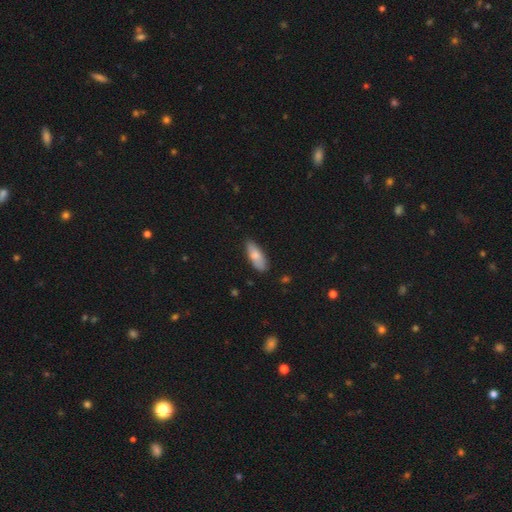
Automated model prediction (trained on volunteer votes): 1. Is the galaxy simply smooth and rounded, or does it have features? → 79% smooth, 15% featured or disk, 6% star or artifact.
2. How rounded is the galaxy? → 71% in between, 27% cigar-shaped, 2% round.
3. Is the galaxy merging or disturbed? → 80% none, 16% minor disturbance, 3% major disturbance, 2% merger.